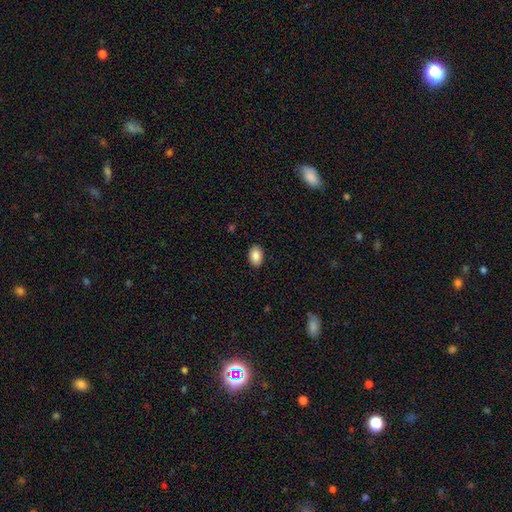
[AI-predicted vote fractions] Morphology: type=smooth (87%); roundness=in between (85%); merging=none (90%).